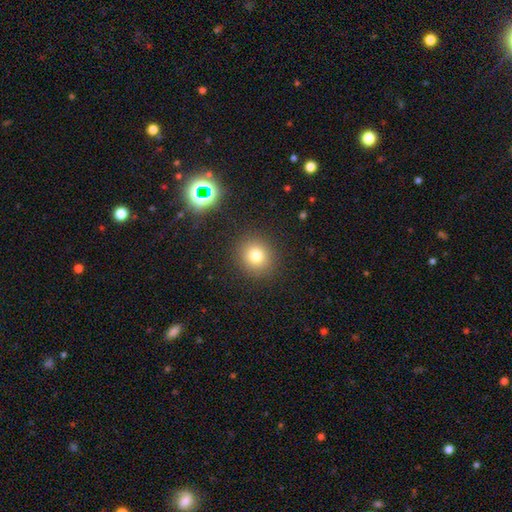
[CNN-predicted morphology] This is likely a smooth galaxy (77%). How rounded: clearly round (86%). Merging: clearly none (89%).